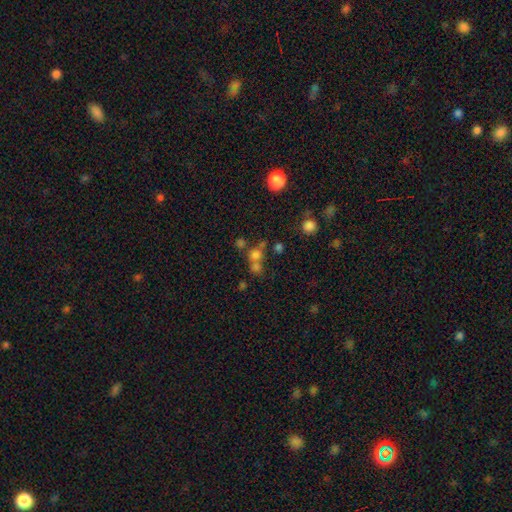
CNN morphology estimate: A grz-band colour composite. It shows a smooth galaxy with no disk features (66%) that is round (83%). Merging: none (45%).